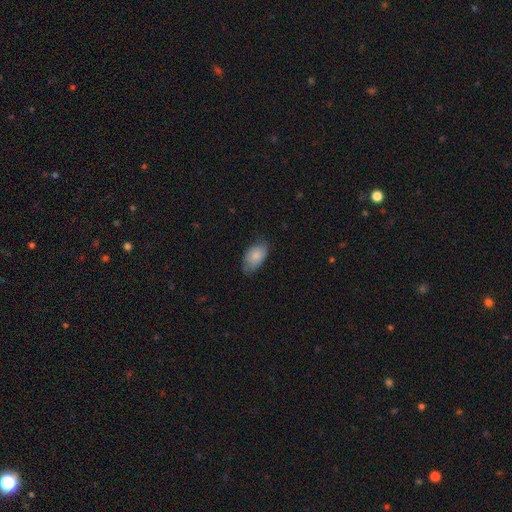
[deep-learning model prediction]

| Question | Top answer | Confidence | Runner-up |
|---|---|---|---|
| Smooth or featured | smooth | 82% | featured or disk (11%) |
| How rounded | in between | 92% | round (6%) |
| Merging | none | 65% | minor disturbance (28%) |